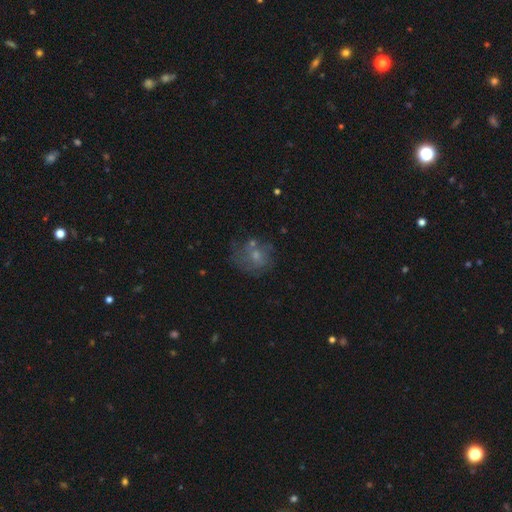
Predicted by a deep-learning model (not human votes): This appears to be a smooth galaxy with no disk features (49%). Merging: none (51%).